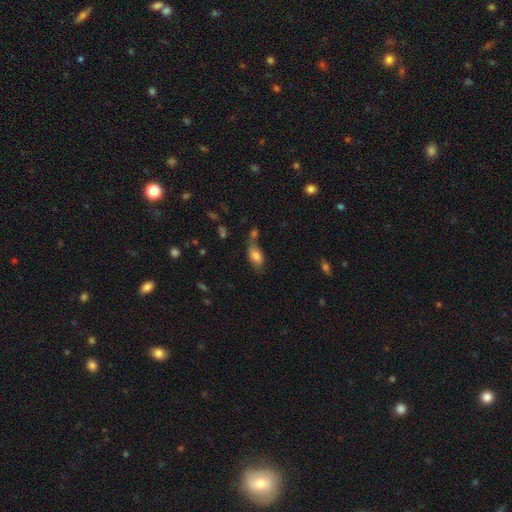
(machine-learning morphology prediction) A smooth galaxy with no disk features (77%) that is in between round and cigar-shaped (89%).

Vote fractions:
- Smooth or featured? smooth: 77% / featured or disk: 14% / star or artifact: 9%
- How rounded? in between: 89% / round: 6% / cigar-shaped: 5%
- Merging? none: 47% / merger: 26% / minor disturbance: 19% / major disturbance: 8%